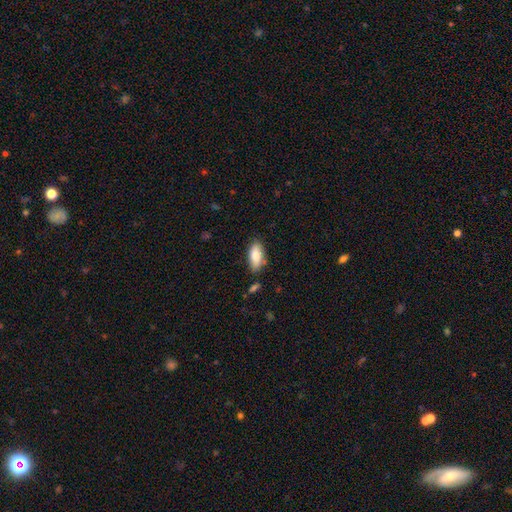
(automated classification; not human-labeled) The model was most divided on "merging": none: 79%, minor disturbance: 15%, merger: 4%, major disturbance: 3%. More confident: how rounded — in between (86%); smooth or featured — smooth (82%).